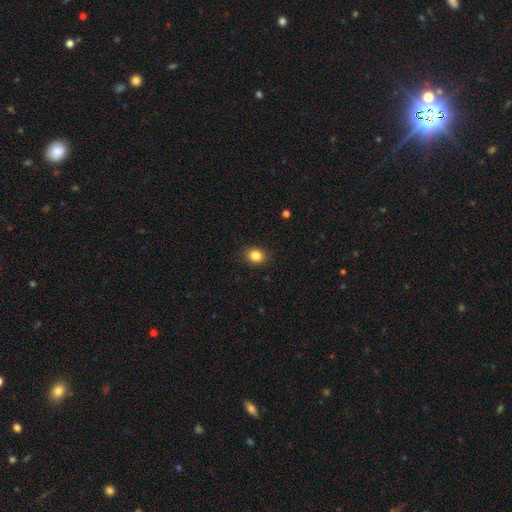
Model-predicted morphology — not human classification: Smooth or featured? Predicted: smooth (p=0.84). How rounded? Predicted: round (p=0.60). Merging? Predicted: none (p=0.89).